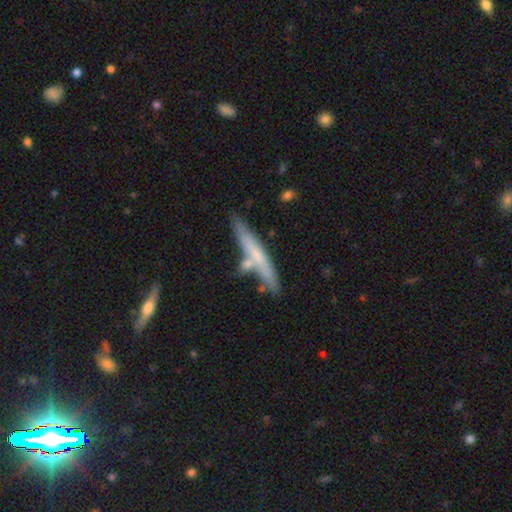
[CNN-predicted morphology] Q: Smooth or featured?
A: smooth (53%); runner-up: featured or disk (41%)
Q: How rounded?
A: cigar-shaped (93%); runner-up: in between (6%)
Q: Merging?
A: none (66%); runner-up: minor disturbance (15%)